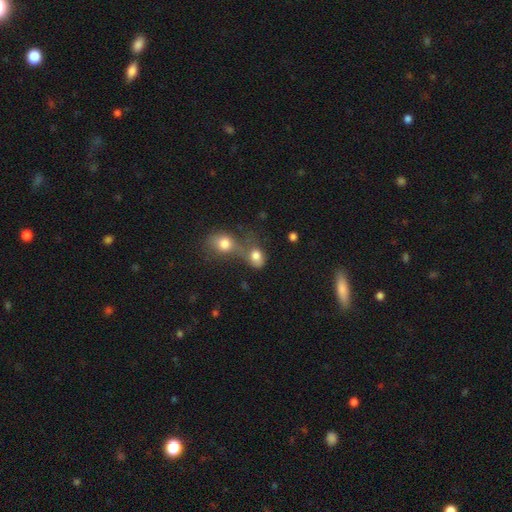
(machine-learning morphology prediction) Q: Smooth or featured?
A: smooth (79%); runner-up: star or artifact (11%)
Q: How rounded?
A: in between (56%); runner-up: round (42%)
Q: Merging?
A: merger (56%); runner-up: none (26%)